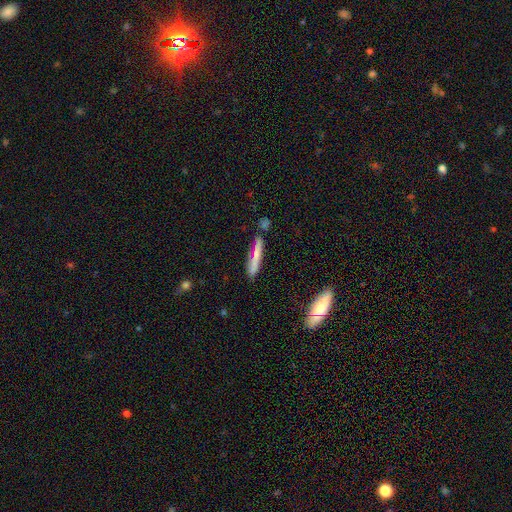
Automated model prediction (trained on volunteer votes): A smooth galaxy with no disk features (64%) that is cigar-shaped (89%).

Vote fractions:
- Smooth or featured? smooth: 64% / featured or disk: 29% / star or artifact: 7%
- How rounded? cigar-shaped: 89% / in between: 9% / round: 2%
- Merging? none: 77% / minor disturbance: 15% / merger: 5% / major disturbance: 3%